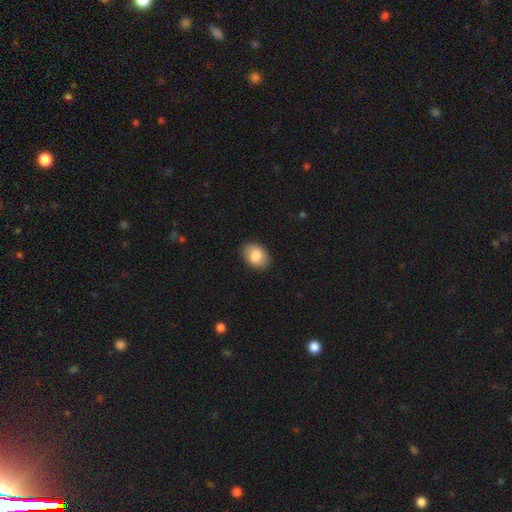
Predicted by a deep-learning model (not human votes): smooth-or-featured: smooth: 86% | featured or disk: 8% | star or artifact: 7%
  how-rounded: in between: 75% | round: 24% | cigar-shaped: 1%
  merging: none: 88% | minor disturbance: 9% | major disturbance: 2% | merger: 1%